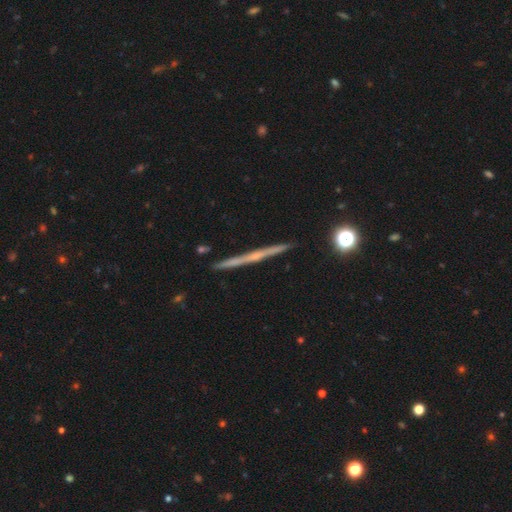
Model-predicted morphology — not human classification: featured or disk 70%, smooth 22%, star or artifact 8%. Down the decision tree: edge-on disk — yes (98%); edge-on bulge — none (54%); merging — none (91%).